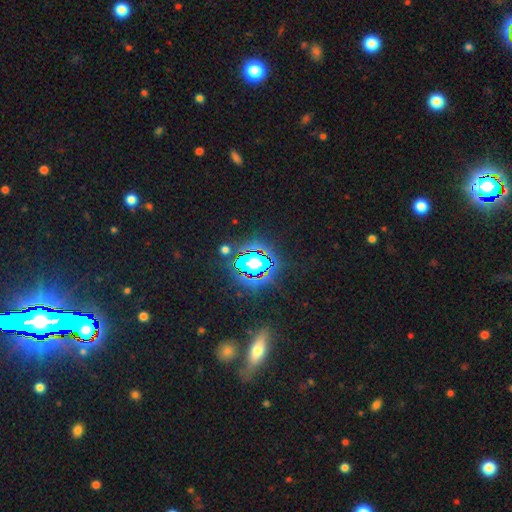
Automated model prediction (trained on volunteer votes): smooth-or-featured: star or artifact: 68% | smooth: 19% | featured or disk: 13%